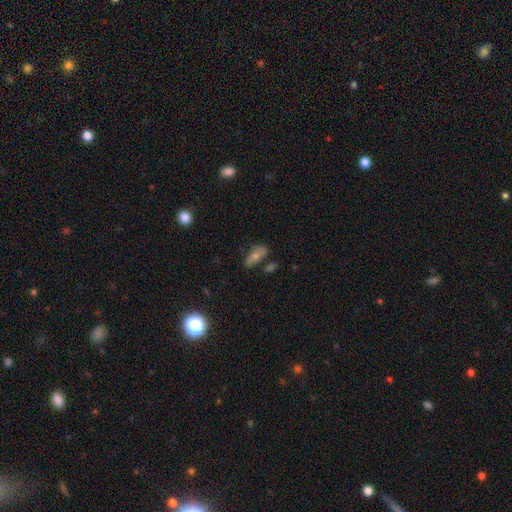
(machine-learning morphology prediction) Q: Smooth or featured?
A: smooth (62%); runner-up: featured or disk (29%)
Q: How rounded?
A: in between (80%); runner-up: cigar-shaped (16%)
Q: Merging?
A: none (63%); runner-up: minor disturbance (23%)